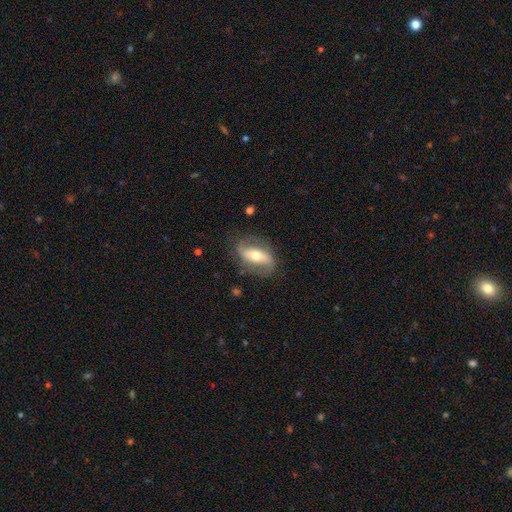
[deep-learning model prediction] Smooth or featured? featured or disk (70%)
Edge-on disk? no (88%)
Bar? strong (47%)
Spiral arms? yes (77%)
Bulge size? moderate (69%)
Merging? none (76%)